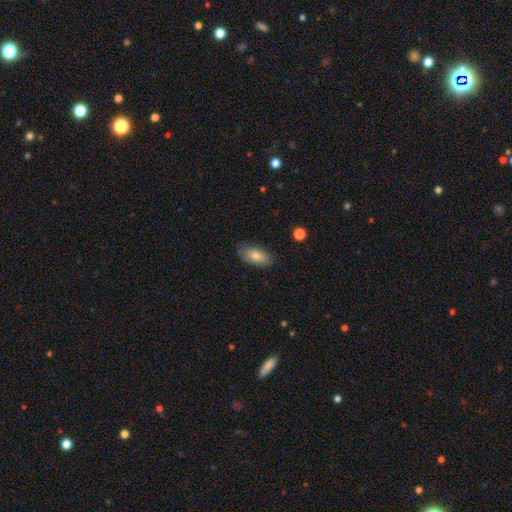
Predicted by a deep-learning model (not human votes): smooth_or_featured: smooth (p=0.76) [alt: featured or disk p=0.16]
how_rounded: in between (p=0.90) [alt: cigar-shaped p=0.05]
merging: none (p=0.78) [alt: minor disturbance p=0.17]